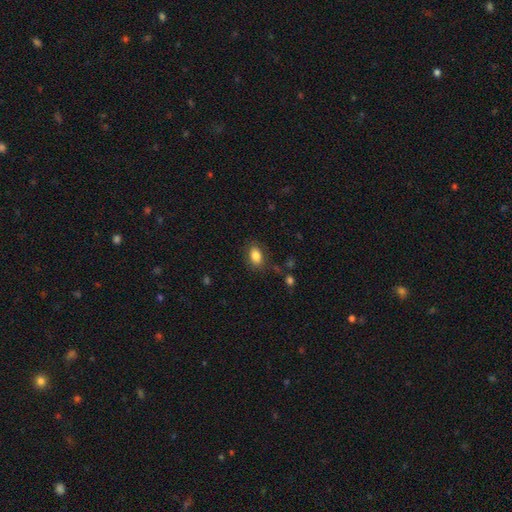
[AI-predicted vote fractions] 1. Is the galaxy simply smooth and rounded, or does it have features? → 85% smooth, 8% star or artifact, 7% featured or disk.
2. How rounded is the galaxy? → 87% in between, 11% round, 2% cigar-shaped.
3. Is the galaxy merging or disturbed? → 81% none, 13% minor disturbance, 4% major disturbance, 2% merger.